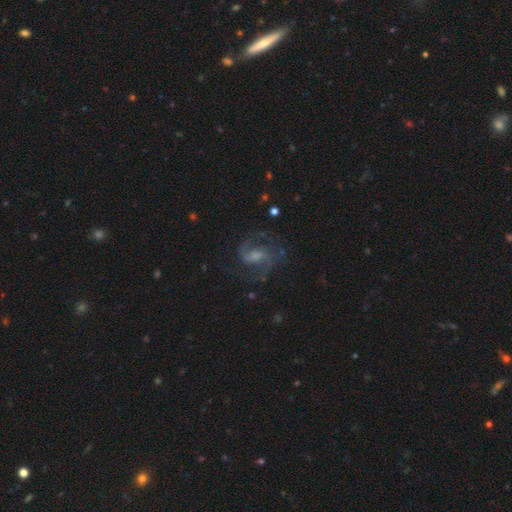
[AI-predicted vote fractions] Smooth or featured? Predicted: featured or disk (p=0.87). Edge-on disk? Predicted: no (p=0.98). Bar? Predicted: weak (p=0.51). Spiral arms? Predicted: yes (p=0.97). Spiral winding? Predicted: medium (p=0.59). Spiral arm count? Predicted: 2 (p=0.83). Bulge size? Predicted: moderate (p=0.38, tied with small). Merging? Predicted: none (p=0.72).